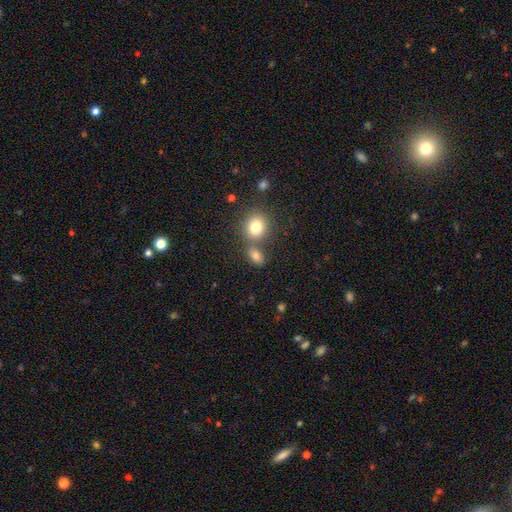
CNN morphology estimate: smooth_or_featured: smooth (p=0.79) [alt: star or artifact p=0.12]
how_rounded: in between (p=0.66) [alt: round p=0.32]
merging: none (p=0.57) [alt: merger p=0.29]